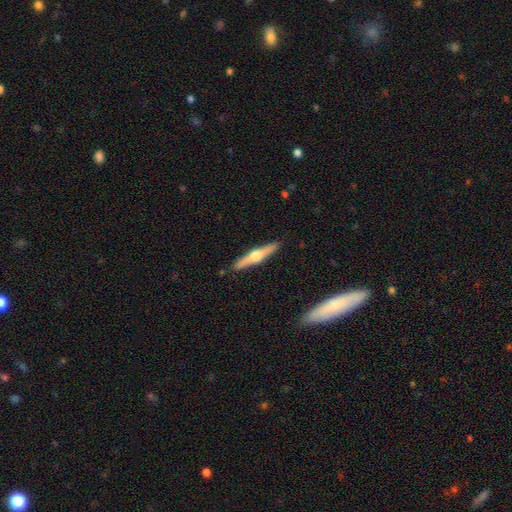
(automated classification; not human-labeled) smooth_or_featured: featured or disk (p=0.65) [alt: smooth p=0.30]
disk_edge_on: yes (p=0.97) [alt: no p=0.03]
edge_on_bulge: rounded (p=0.94) [alt: boxy p=0.03]
merging: none (p=0.90) [alt: minor disturbance p=0.07]